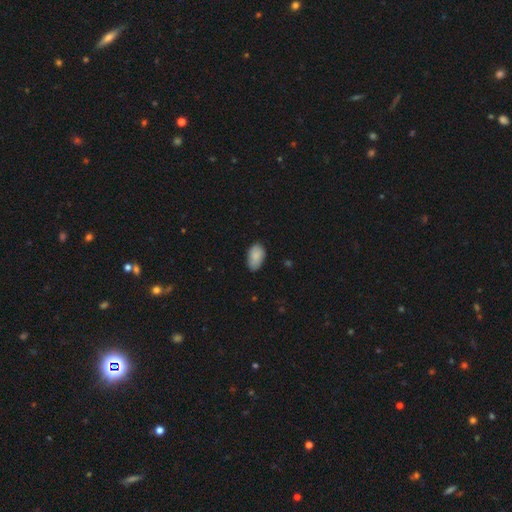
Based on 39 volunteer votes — A smooth galaxy with no disk features (85%) that is in between round and cigar-shaped (91%).

Vote fractions:
- Smooth or featured? smooth: 85% / star or artifact: 10% / featured or disk: 5%
- How rounded? in between: 91% / round: 6% / cigar-shaped: 3%
- Merging? none: 63% / minor disturbance: 31% / merger: 6% / major disturbance: 0%